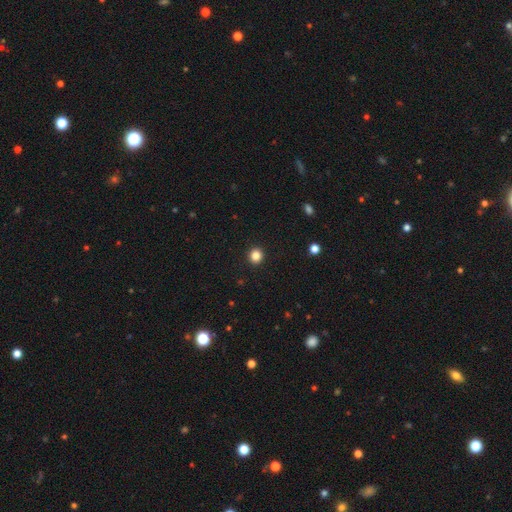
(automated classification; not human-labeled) Q: Smooth or featured?
A: smooth (84%); runner-up: star or artifact (12%)
Q: How rounded?
A: round (90%); runner-up: in between (9%)
Q: Merging?
A: none (93%); runner-up: minor disturbance (4%)